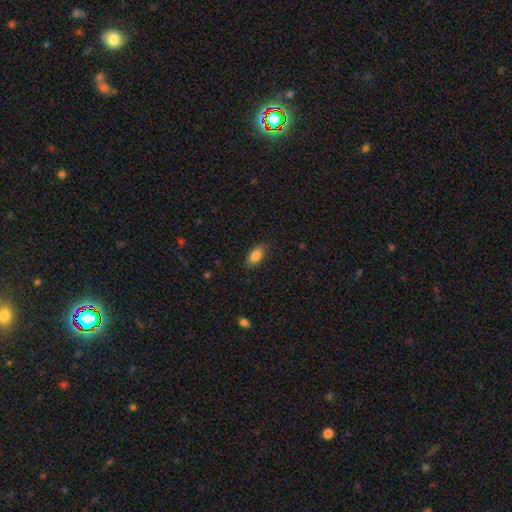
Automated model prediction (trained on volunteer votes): Smooth or featured?
  - smooth: 85% *
  - featured or disk: 7%
  - star or artifact: 7%
How rounded?
  - in between: 89% *
  - cigar-shaped: 7%
  - round: 5%
Merging?
  - none: 83% *
  - minor disturbance: 13%
  - major disturbance: 3%
  - merger: 1%